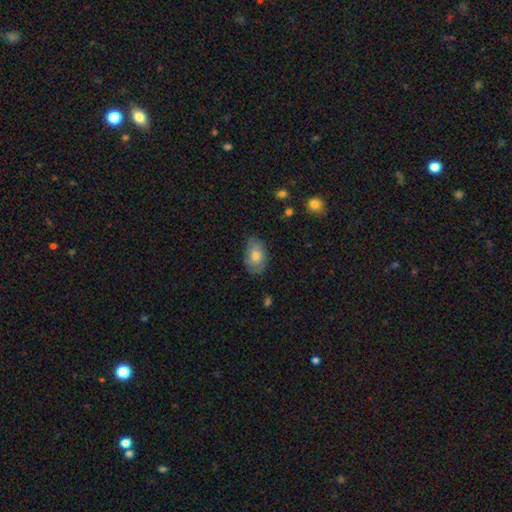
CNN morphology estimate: A smooth galaxy with no disk features (69%) that is in between round and cigar-shaped (86%). Merging: none (69%).